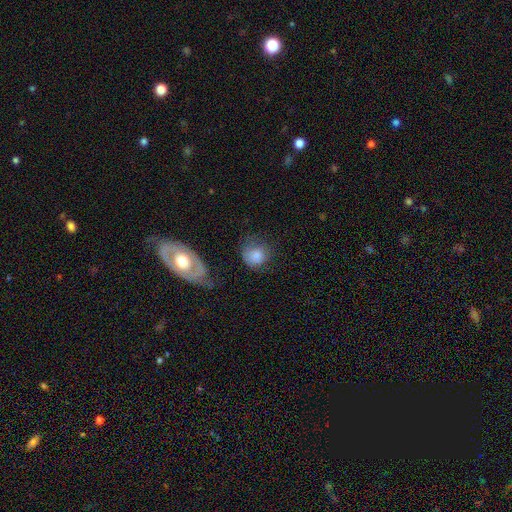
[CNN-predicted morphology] Q: Smooth or featured?
A: smooth (76%); runner-up: featured or disk (15%)
Q: How rounded?
A: round (75%); runner-up: in between (24%)
Q: Merging?
A: none (51%); runner-up: minor disturbance (26%)